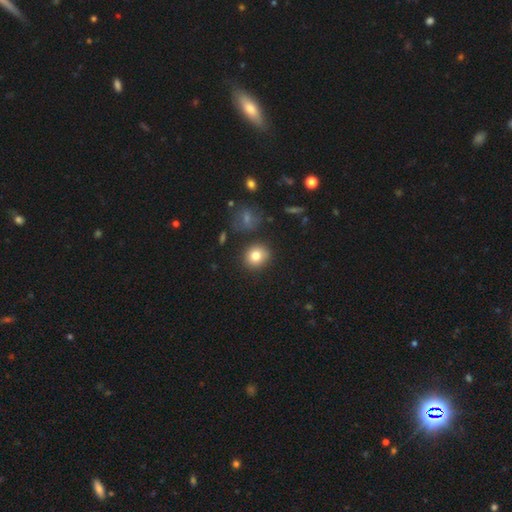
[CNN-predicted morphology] Overall: smooth (82%). How rounded: round (76%). Merging: none (85%).